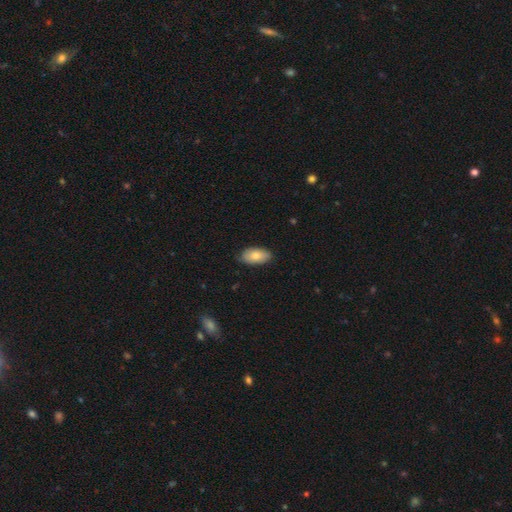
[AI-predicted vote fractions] A smooth galaxy with no disk features (79%) that is in between round and cigar-shaped (93%). Merging: none (82%).